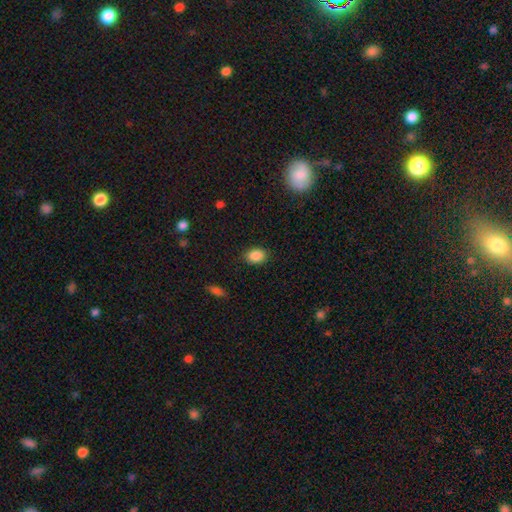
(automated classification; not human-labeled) A smooth galaxy with no disk features (88%) that is in between round and cigar-shaped (71%). Merging: none (86%).